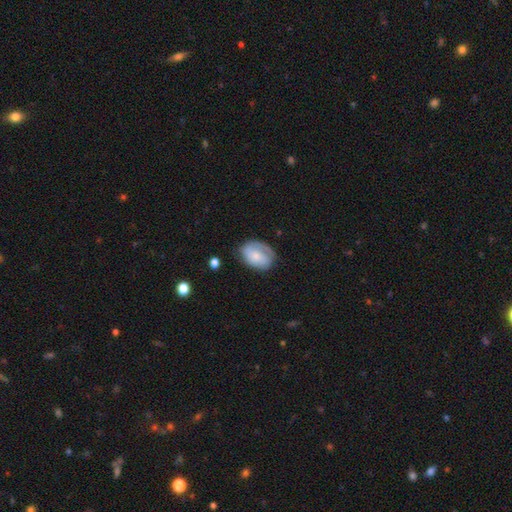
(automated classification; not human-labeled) This appears to be a smooth galaxy with no disk features (51%) that is in between round and cigar-shaped (71%). Merging: none (59%).